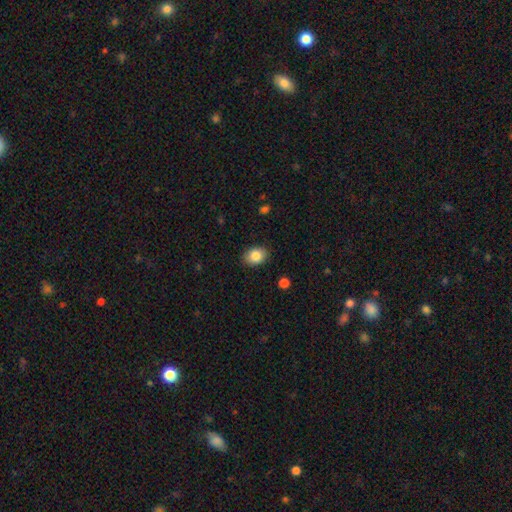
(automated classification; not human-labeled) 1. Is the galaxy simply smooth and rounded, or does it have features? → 85% smooth, 8% star or artifact, 7% featured or disk.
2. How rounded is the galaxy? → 68% in between, 31% round, 1% cigar-shaped.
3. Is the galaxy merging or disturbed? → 87% none, 10% minor disturbance, 2% major disturbance, 1% merger.